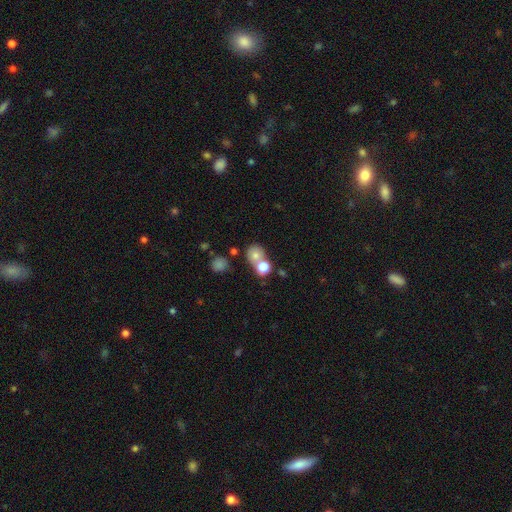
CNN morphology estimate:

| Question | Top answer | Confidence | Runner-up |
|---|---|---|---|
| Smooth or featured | smooth | 74% | star or artifact (13%) |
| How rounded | round | 77% | in between (22%) |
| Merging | none | 44% | tied: merger (44%) |